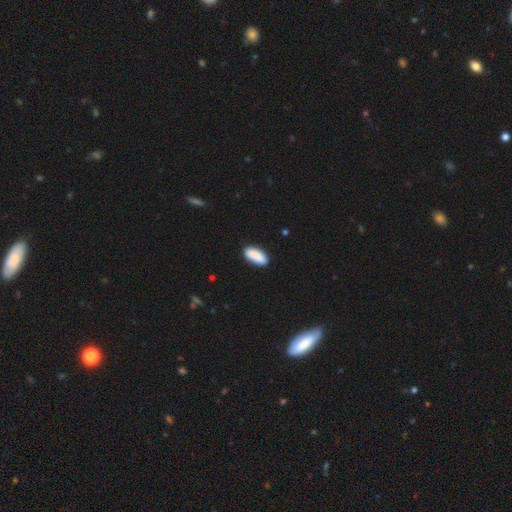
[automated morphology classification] Q: Smooth or featured?
A: smooth (89%); runner-up: star or artifact (6%)
Q: How rounded?
A: in between (88%); runner-up: cigar-shaped (10%)
Q: Merging?
A: none (83%); runner-up: minor disturbance (12%)